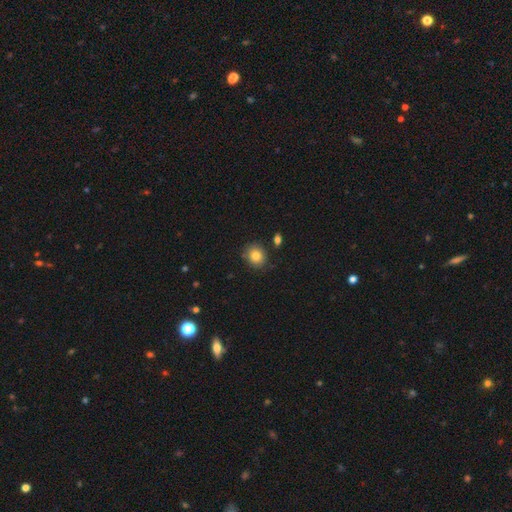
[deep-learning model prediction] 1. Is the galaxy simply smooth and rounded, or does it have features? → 82% smooth, 10% star or artifact, 8% featured or disk.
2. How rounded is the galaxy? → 76% round, 23% in between, 1% cigar-shaped.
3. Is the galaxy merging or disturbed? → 84% none, 10% minor disturbance, 4% merger, 2% major disturbance.